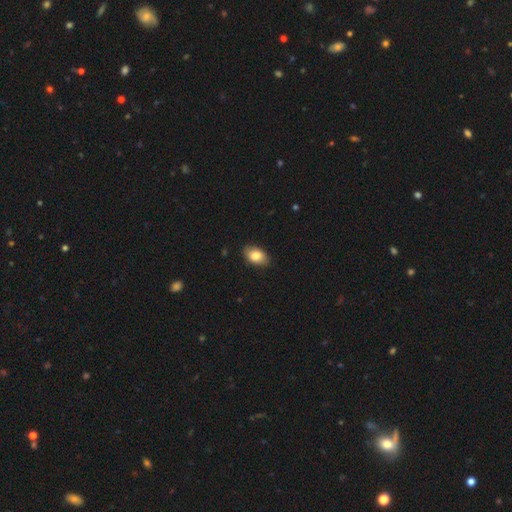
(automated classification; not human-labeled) Smooth or featured?
  - smooth: 84% *
  - featured or disk: 9%
  - star or artifact: 7%
How rounded?
  - in between: 90% *
  - round: 9%
  - cigar-shaped: 1%
Merging?
  - none: 86% *
  - minor disturbance: 11%
  - major disturbance: 2%
  - merger: 1%